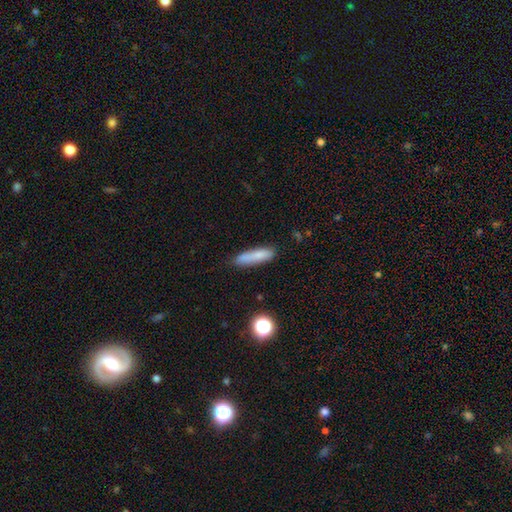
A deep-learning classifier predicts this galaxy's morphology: Q: Smooth or featured?
A: smooth (78%); runner-up: featured or disk (14%)
Q: How rounded?
A: cigar-shaped (79%); runner-up: in between (19%)
Q: Merging?
A: none (78%); runner-up: minor disturbance (15%)